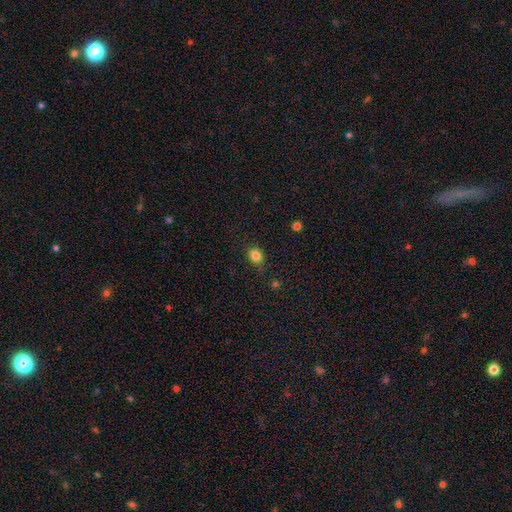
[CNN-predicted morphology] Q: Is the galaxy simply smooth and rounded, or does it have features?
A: smooth — 84%.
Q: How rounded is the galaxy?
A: round — 67%.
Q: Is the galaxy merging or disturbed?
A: none — 83%.